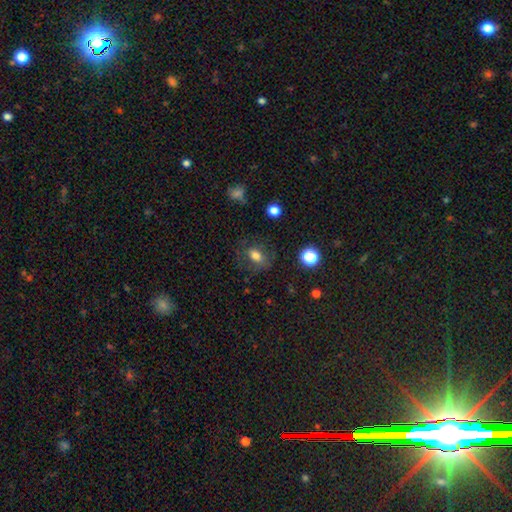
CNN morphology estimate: A smooth galaxy with no disk features (72%) that is in between round and cigar-shaped (69%).

Vote fractions:
- Smooth or featured? smooth: 72% / featured or disk: 16% / star or artifact: 12%
- How rounded? in between: 69% / round: 29% / cigar-shaped: 2%
- Merging? none: 68% / minor disturbance: 19% / major disturbance: 11% / merger: 2%